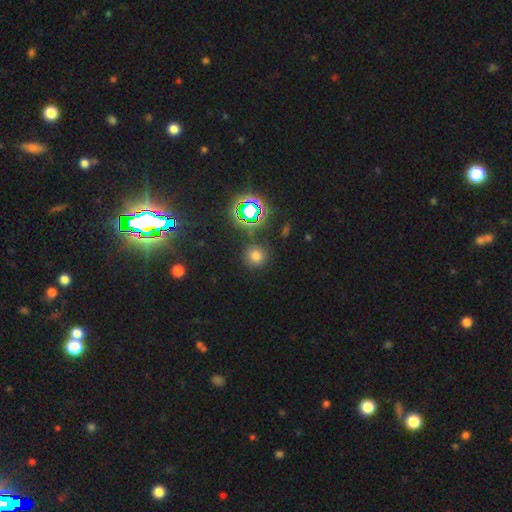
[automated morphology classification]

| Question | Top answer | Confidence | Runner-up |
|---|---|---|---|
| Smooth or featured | smooth | 67% | star or artifact (26%) |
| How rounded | round | 91% | in between (8%) |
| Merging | none | 83% | minor disturbance (9%) |